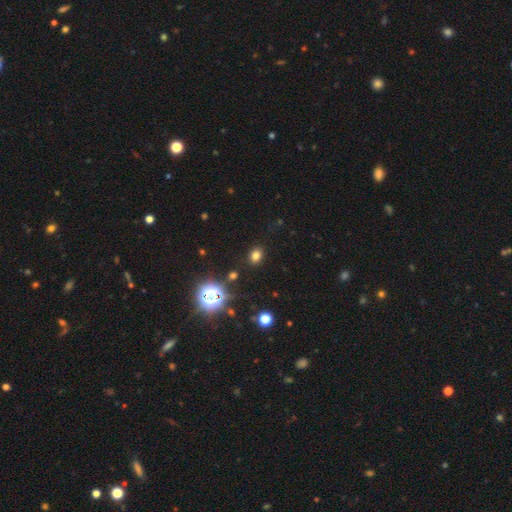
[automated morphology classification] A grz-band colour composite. It shows a smooth galaxy with no disk features (73%) that is in between round and cigar-shaped (61%). Merging: none (86%).